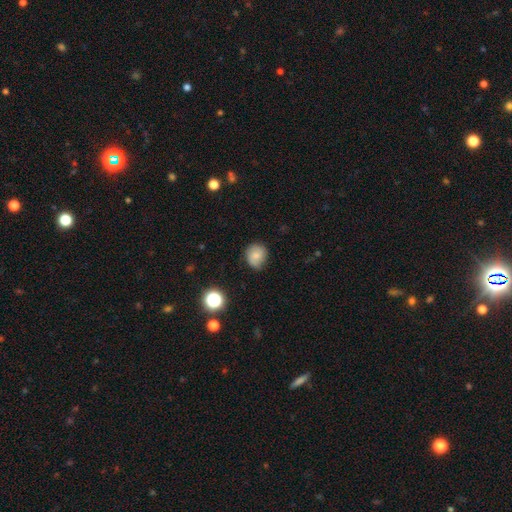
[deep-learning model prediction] smooth 75%, featured or disk 14%, star or artifact 11%. Down the decision tree: how rounded — round (80%); merging — none (67%).